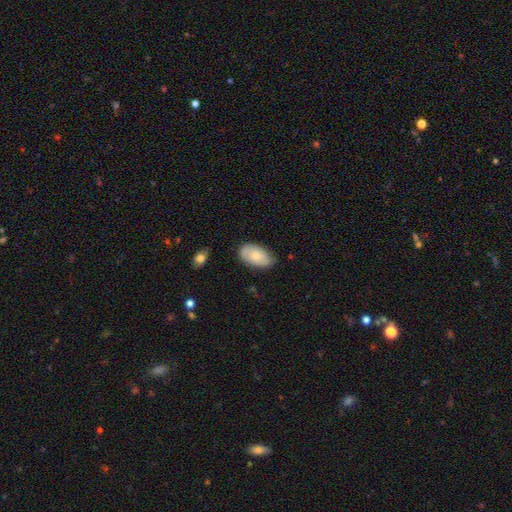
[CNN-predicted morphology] smooth_or_featured: smooth (p=0.70) [alt: featured or disk p=0.24]
how_rounded: in between (p=0.93) [alt: round p=0.05]
merging: none (p=0.69) [alt: minor disturbance p=0.26]